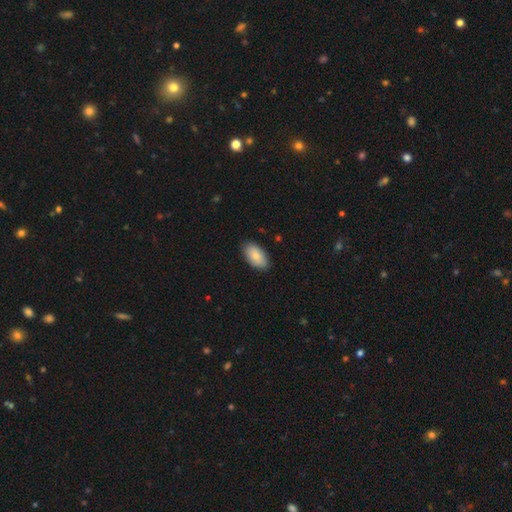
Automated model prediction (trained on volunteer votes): Smooth or featured? smooth (85%)
How rounded? in between (95%)
Merging? none (87%)